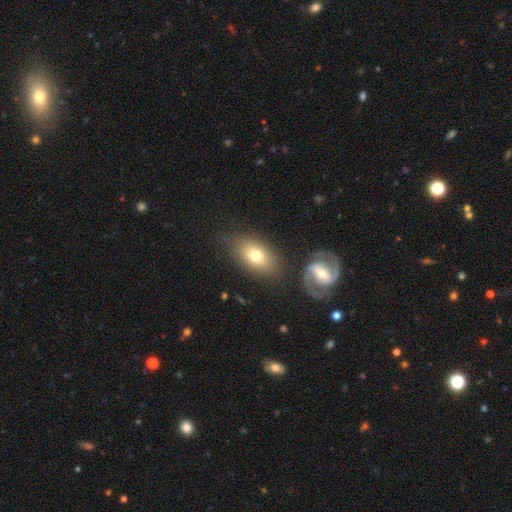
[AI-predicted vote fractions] Overall: smooth (71%). How rounded: in between (85%). Merging: none (75%).